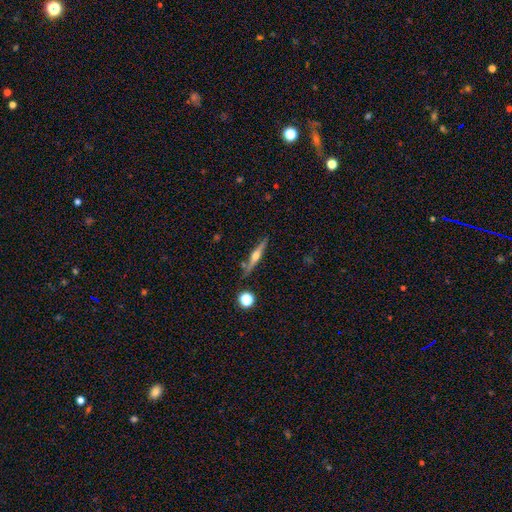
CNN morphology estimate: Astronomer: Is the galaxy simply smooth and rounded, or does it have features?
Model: featured or disk — 66%.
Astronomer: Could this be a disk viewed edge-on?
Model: yes — 97%.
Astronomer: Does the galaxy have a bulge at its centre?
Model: rounded — 92%.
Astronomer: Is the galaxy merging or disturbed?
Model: none — 83%.